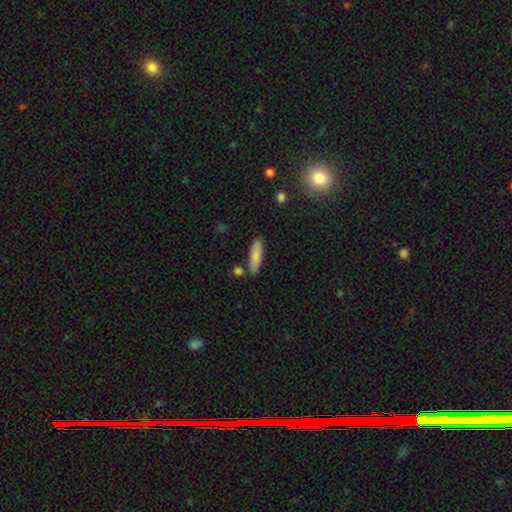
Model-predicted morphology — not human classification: The model was most divided on "how rounded": cigar-shaped: 67%, in between: 31%, round: 2%. More confident: smooth or featured — smooth (84%); merging — none (81%).